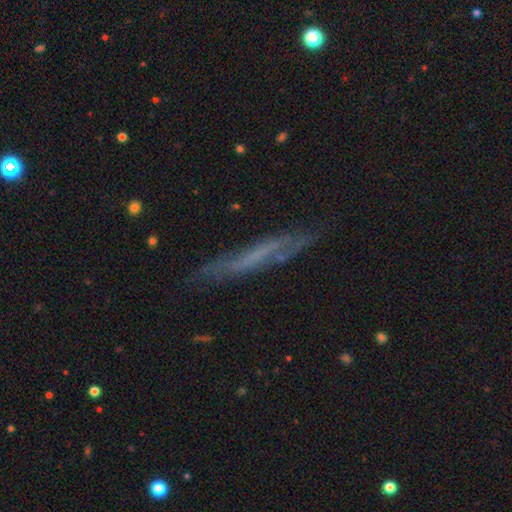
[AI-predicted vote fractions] Smooth or featured? Predicted: featured or disk (p=0.56). Edge-on disk? Predicted: yes (p=0.69). Merging? Predicted: none (p=0.70).